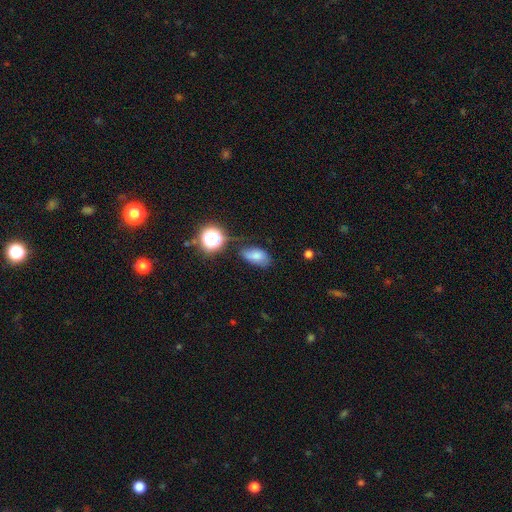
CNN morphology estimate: Q: Smooth or featured?
A: smooth (72%); runner-up: star or artifact (14%)
Q: How rounded?
A: in between (88%); runner-up: round (9%)
Q: Merging?
A: none (60%); runner-up: minor disturbance (27%)